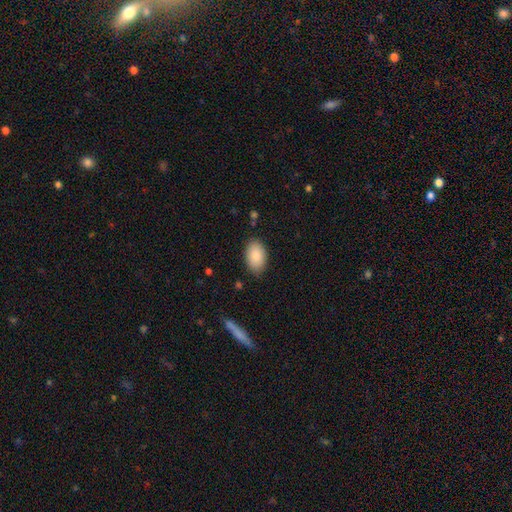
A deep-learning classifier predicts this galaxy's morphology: Q: Smooth or featured?
A: smooth (87%); runner-up: featured or disk (7%)
Q: How rounded?
A: in between (93%); runner-up: round (6%)
Q: Merging?
A: none (84%); runner-up: minor disturbance (13%)